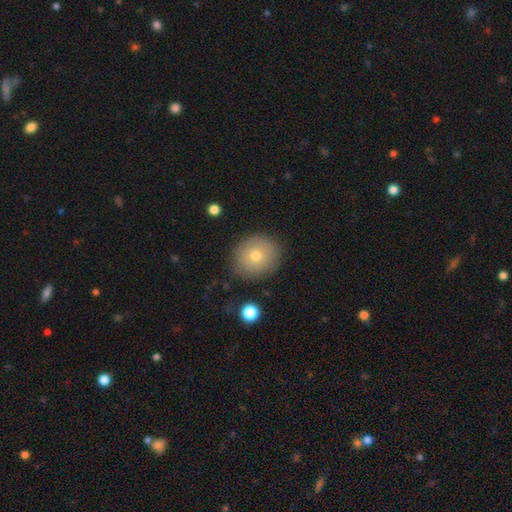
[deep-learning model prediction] Overall: smooth (73%). How rounded: round (80%). Merging: none (85%).